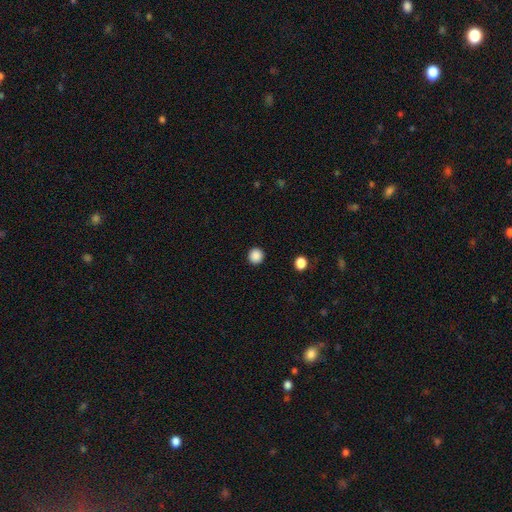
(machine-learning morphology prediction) smooth-or-featured: smooth: 88% | star or artifact: 10% | featured or disk: 2%
  how-rounded: round: 95% | in between: 4% | cigar-shaped: 1%
  merging: none: 93% | minor disturbance: 4% | major disturbance: 2% | merger: 1%